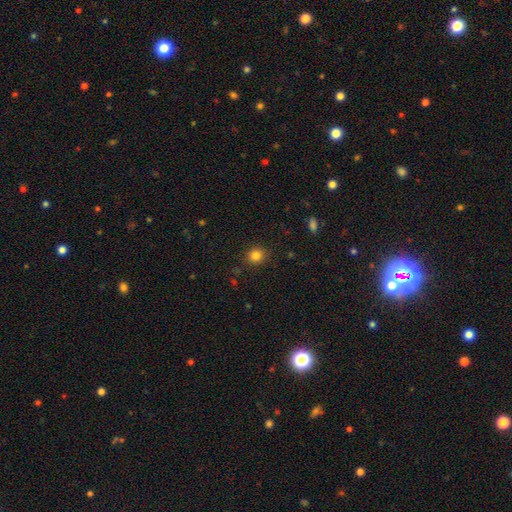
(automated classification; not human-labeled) Overall: smooth (82%). How rounded: round (85%). Merging: none (88%).